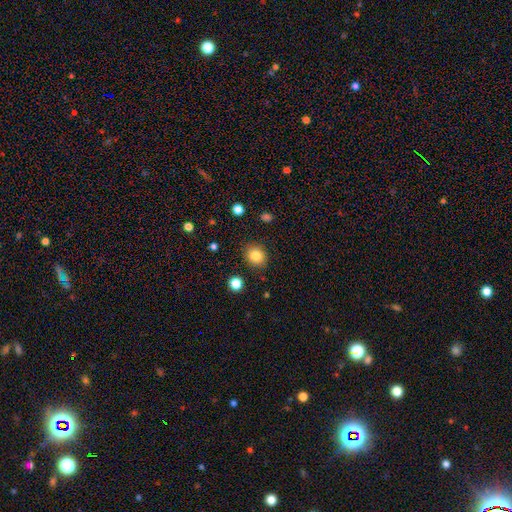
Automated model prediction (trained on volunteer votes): This appears to be a smooth galaxy with no disk features (83%) that is round (75%). Merging: none (88%).